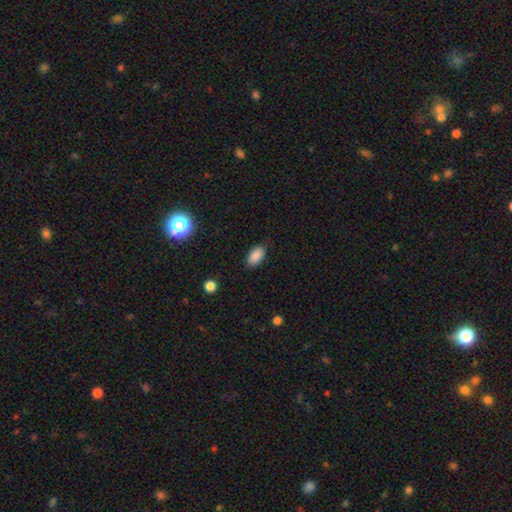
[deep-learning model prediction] The model was most divided on "merging": none: 85%, minor disturbance: 12%, major disturbance: 3%, merger: 1%. More confident: how rounded — in between (93%); smooth or featured — smooth (88%).